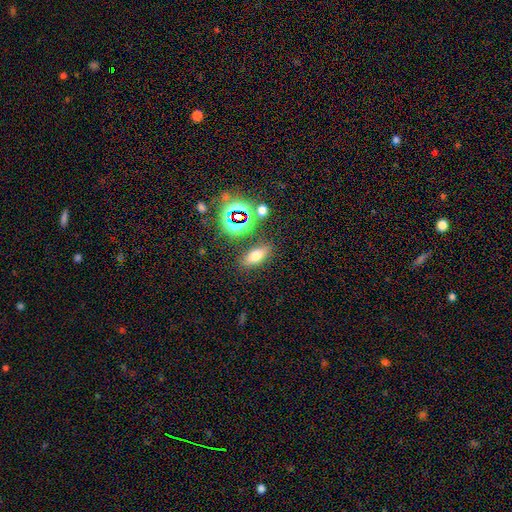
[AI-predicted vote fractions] smooth-or-featured: smooth: 61% | star or artifact: 23% | featured or disk: 16%
  how-rounded: in between: 69% | cigar-shaped: 19% | round: 12%
  merging: none: 82% | minor disturbance: 9% | merger: 5% | major disturbance: 4%